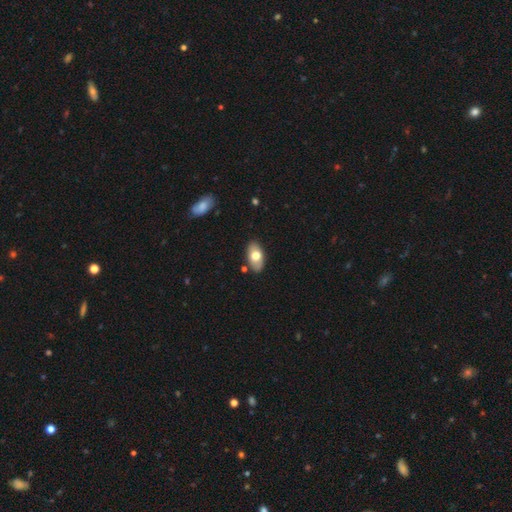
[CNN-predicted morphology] The model was most divided on "smooth or featured": smooth: 69%, featured or disk: 24%, star or artifact: 6%. More confident: how rounded — in between (93%); merging — none (85%).